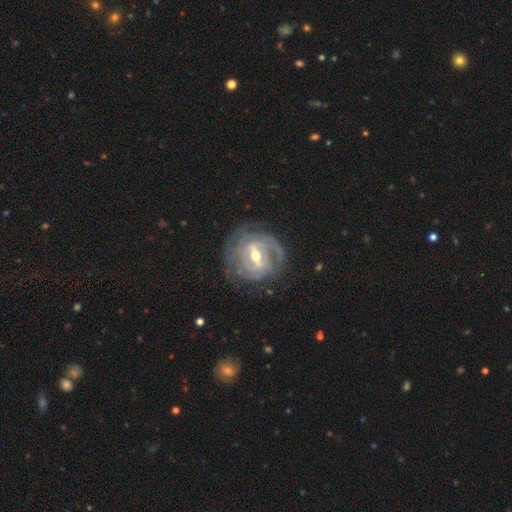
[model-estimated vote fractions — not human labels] The model was most divided on "spiral arm count": can't tell: 31%, 2: 25%, 3: 22%, 4: 10%, 1: 6%, more than 4: 6%. More confident: edge-on disk — no (96%); spiral arms — yes (94%); smooth or featured — featured or disk (89%); merging — none (74%); spiral winding — tight (70%); bulge size — moderate (69%); bar — strong (50%).